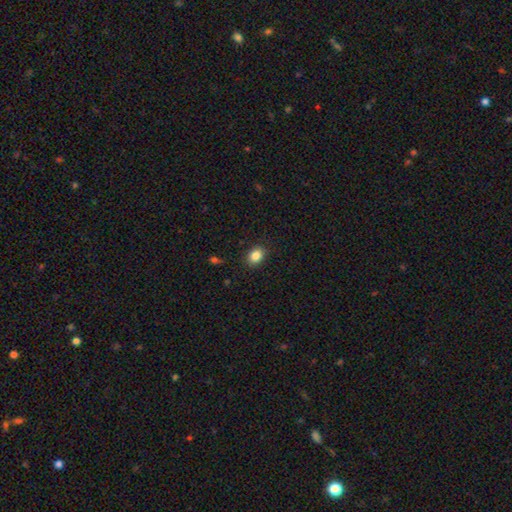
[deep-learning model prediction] Morphology: type=smooth (85%); roundness=in between (61%); merging=none (89%).